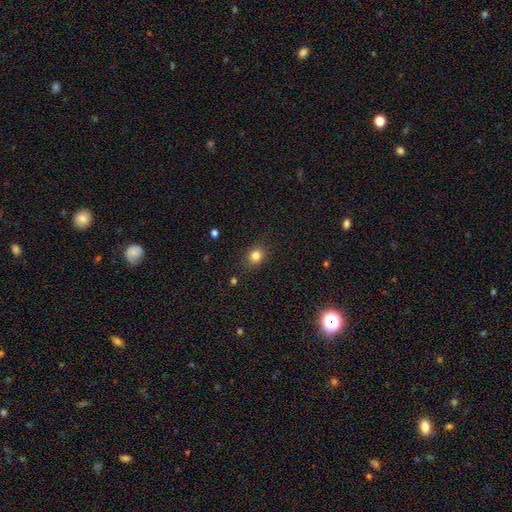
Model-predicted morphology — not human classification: smooth_or_featured: smooth (p=0.83) [alt: star or artifact p=0.11]
how_rounded: round (p=0.60) [alt: in between p=0.39]
merging: none (p=0.84) [alt: minor disturbance p=0.11]